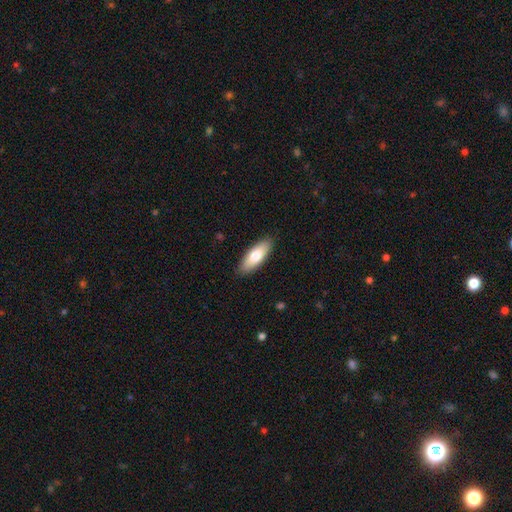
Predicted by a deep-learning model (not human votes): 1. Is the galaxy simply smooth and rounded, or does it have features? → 74% smooth, 20% featured or disk, 6% star or artifact.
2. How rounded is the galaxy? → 70% in between, 28% cigar-shaped, 2% round.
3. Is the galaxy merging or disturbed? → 88% none, 9% minor disturbance, 2% major disturbance, 1% merger.